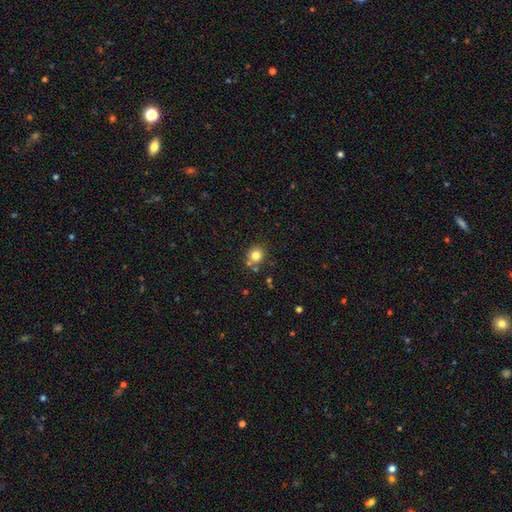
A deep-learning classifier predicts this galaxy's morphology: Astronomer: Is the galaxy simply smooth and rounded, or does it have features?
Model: smooth — 81%.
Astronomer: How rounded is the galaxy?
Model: round — 86%.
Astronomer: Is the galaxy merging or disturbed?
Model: none — 76%.